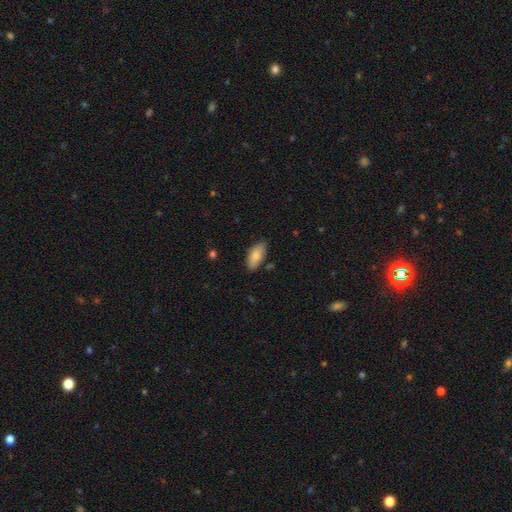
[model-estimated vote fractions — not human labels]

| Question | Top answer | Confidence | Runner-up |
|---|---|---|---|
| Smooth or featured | smooth | 82% | featured or disk (11%) |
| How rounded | in between | 89% | cigar-shaped (9%) |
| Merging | none | 76% | minor disturbance (19%) |